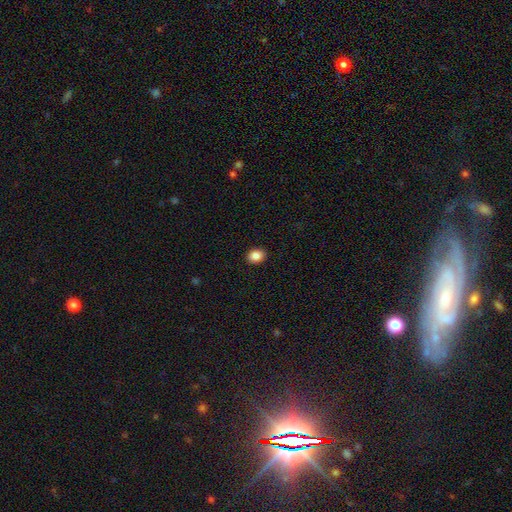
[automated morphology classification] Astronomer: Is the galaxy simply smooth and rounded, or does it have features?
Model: smooth — 87%.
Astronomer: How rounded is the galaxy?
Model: in between — 52% (runner-up: round, 47%).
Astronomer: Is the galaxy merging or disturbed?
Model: none — 92%.